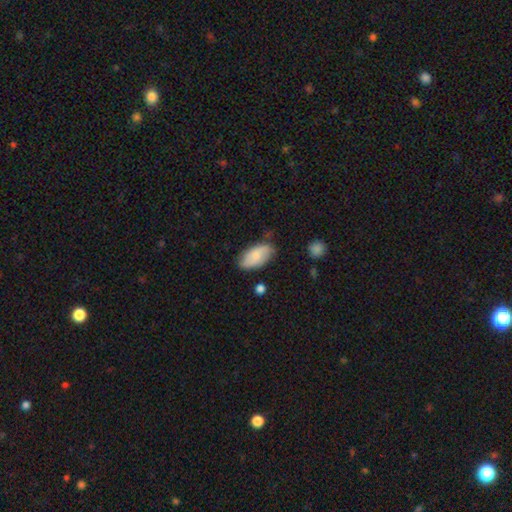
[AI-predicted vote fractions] Overall: smooth (70%). How rounded: in between (93%). Merging: none (70%).